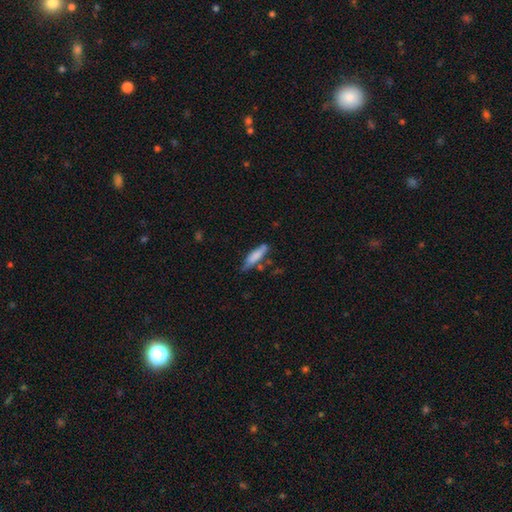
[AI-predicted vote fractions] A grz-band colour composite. It shows a smooth galaxy with no disk features (75%) that is cigar-shaped (71%). Merging: none (59%).